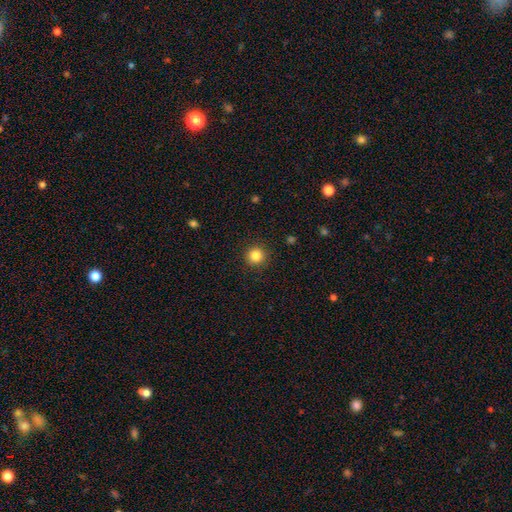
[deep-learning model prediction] smooth-or-featured: smooth: 84% | star or artifact: 11% | featured or disk: 4%
  how-rounded: round: 95% | in between: 4% | cigar-shaped: 1%
  merging: none: 92% | minor disturbance: 5% | major disturbance: 2% | merger: 1%